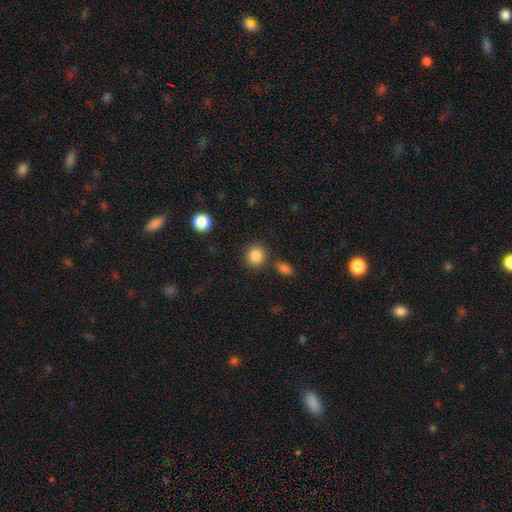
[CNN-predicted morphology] A smooth galaxy with no disk features (86%) that is round (89%). Merging: none (85%).